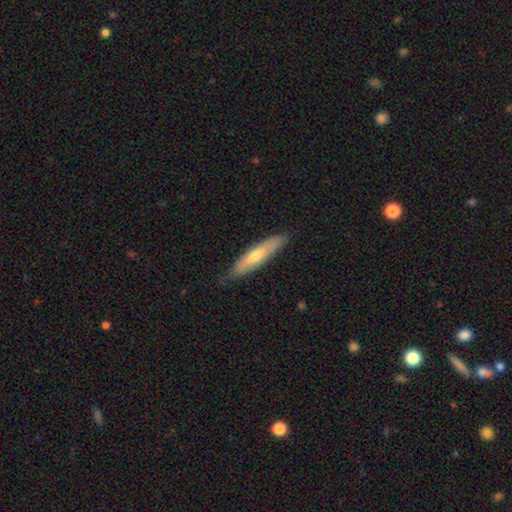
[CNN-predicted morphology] smooth 56%, featured or disk 38%, star or artifact 6%. Down the decision tree: how rounded — cigar-shaped (82%); merging — none (82%).